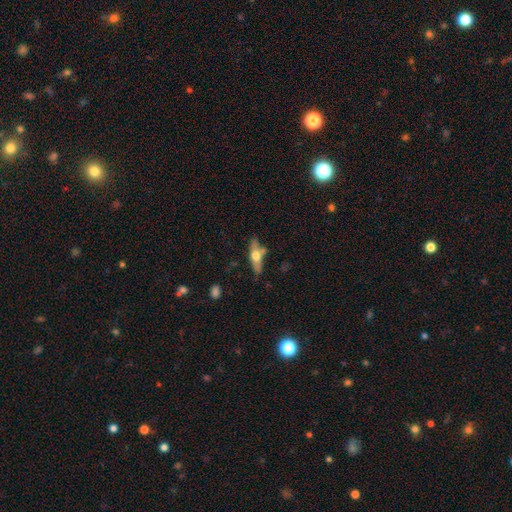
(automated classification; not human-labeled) Smooth or featured: featured or disk — 50% (smooth — 44%)
Merging: none — 66% (minor disturbance — 19%)